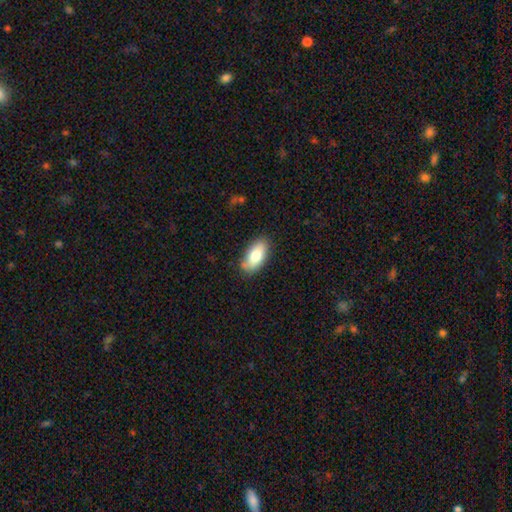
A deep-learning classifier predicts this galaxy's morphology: Q: Smooth or featured?
A: smooth (77%); runner-up: featured or disk (17%)
Q: How rounded?
A: in between (91%); runner-up: cigar-shaped (6%)
Q: Merging?
A: none (80%); runner-up: minor disturbance (15%)